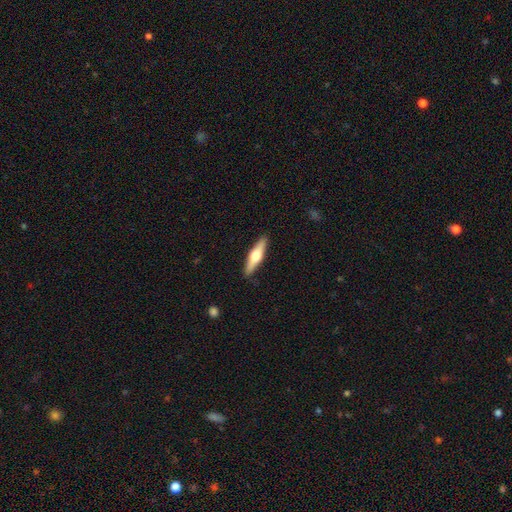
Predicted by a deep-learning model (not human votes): Smooth or featured? Predicted: featured or disk (p=0.54). Edge-on disk? Predicted: yes (p=0.95). Edge-on bulge? Predicted: rounded (p=0.93). Merging? Predicted: none (p=0.90).